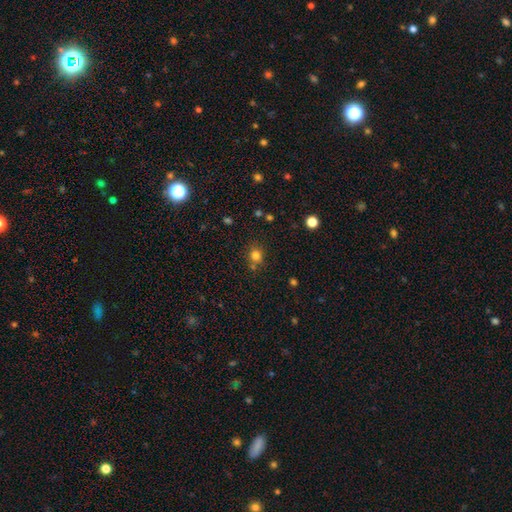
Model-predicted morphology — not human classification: Overall: smooth (78%). How rounded: round (81%). Merging: none (73%).